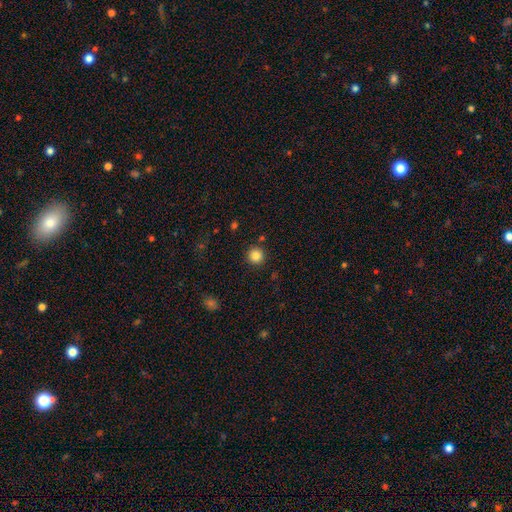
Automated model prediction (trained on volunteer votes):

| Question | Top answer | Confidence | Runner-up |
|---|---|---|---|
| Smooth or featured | smooth | 85% | star or artifact (11%) |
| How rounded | round | 95% | in between (4%) |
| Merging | none | 90% | minor disturbance (6%) |